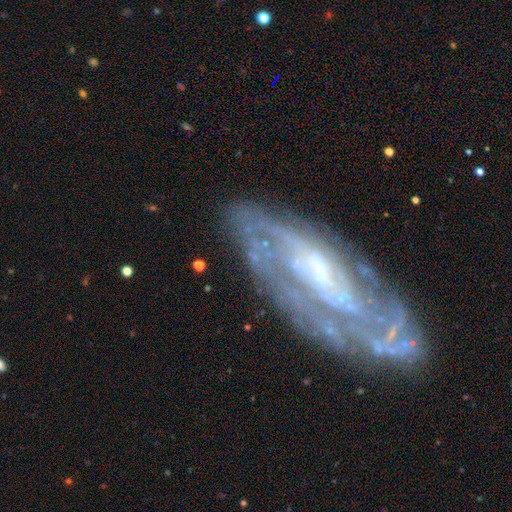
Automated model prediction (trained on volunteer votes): Smooth or featured? Predicted: featured or disk (p=0.77). Edge-on disk? Predicted: no (p=0.89). Bar? Predicted: no (p=0.48). Spiral arms? Predicted: yes (p=0.72). Bulge size? Predicted: small (p=0.37). Merging? Predicted: none (p=0.62).